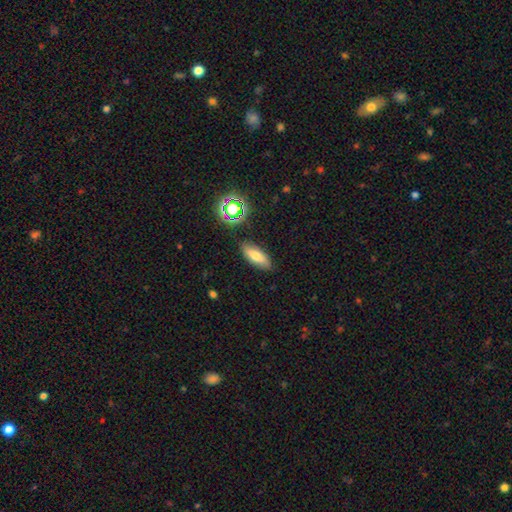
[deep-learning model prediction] Smooth or featured? smooth (71%)
How rounded? in between (71%)
Merging? none (85%)